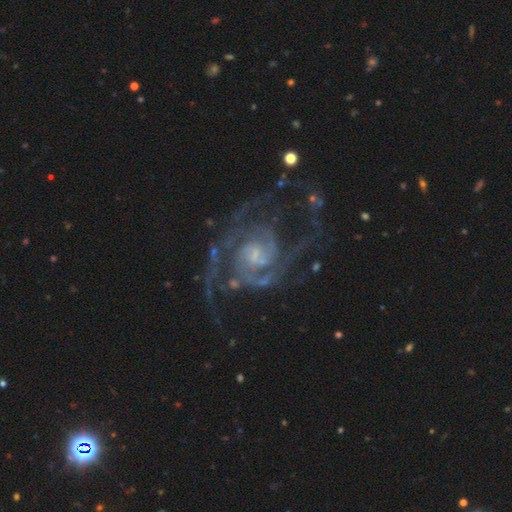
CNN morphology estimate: smooth-or-featured: featured or disk: 91% | star or artifact: 5% | smooth: 3%
  disk-edge-on: no: 98% | yes: 2%
    bar: no: 49% | weak: 40% | strong: 12%
    has-spiral-arms: yes: 98% | no: 2%
      spiral-winding: medium: 49% | tight: 38% | loose: 13%
      spiral-arm-count: 2: 58% | 3: 15% | can't tell: 11% | 4: 6% | 1: 5% | more than 4: 5%
    bulge-size: small: 57% | moderate: 25% | none: 12% | large: 4% | dominant: 1%
  merging: none: 59% | major disturbance: 21% | minor disturbance: 16% | merger: 3%